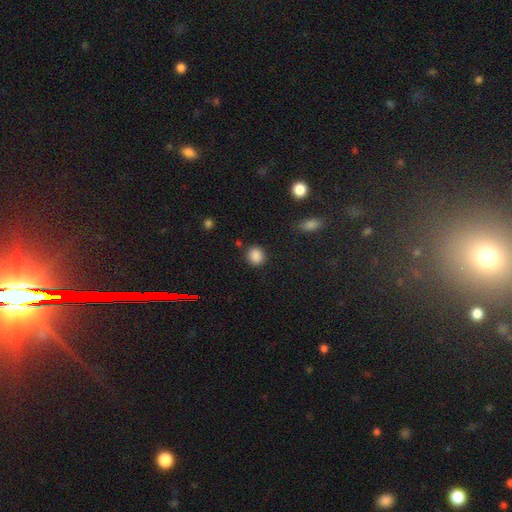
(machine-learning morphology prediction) Smooth or featured? Predicted: smooth (p=0.87). How rounded? Predicted: round (p=0.80). Merging? Predicted: none (p=0.85).